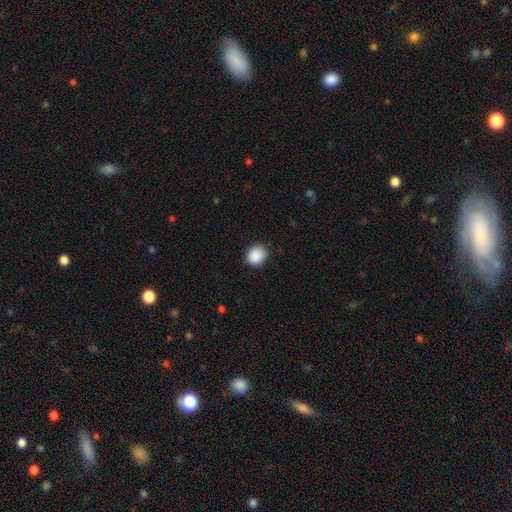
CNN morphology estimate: type=smooth (90%); roundness=round (66%); merging=none (87%).